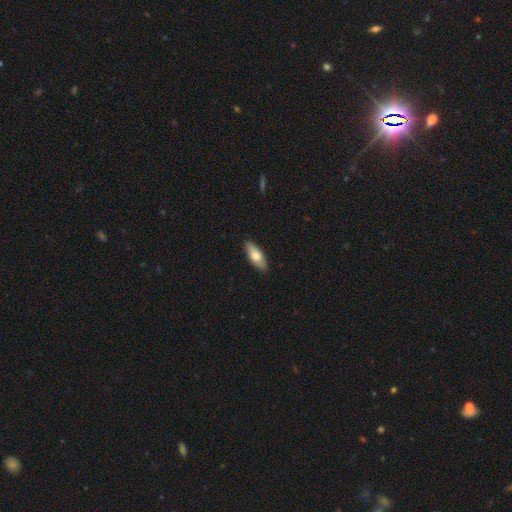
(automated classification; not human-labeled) Smooth or featured? Predicted: smooth (p=0.68). How rounded? Predicted: in between (p=0.72). Merging? Predicted: none (p=0.89).